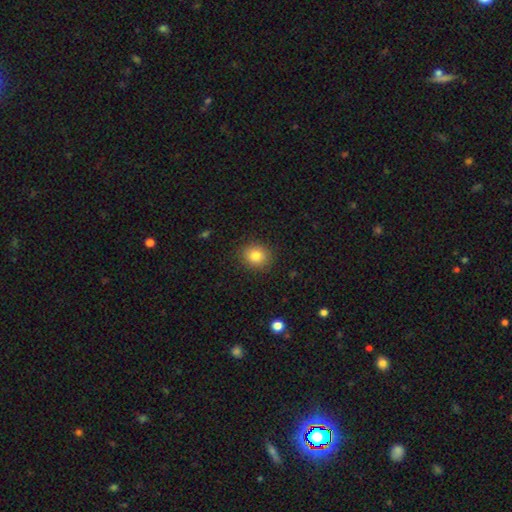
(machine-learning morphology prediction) Q: Smooth or featured?
A: smooth (82%); runner-up: star or artifact (10%)
Q: How rounded?
A: round (76%); runner-up: in between (23%)
Q: Merging?
A: none (89%); runner-up: minor disturbance (8%)